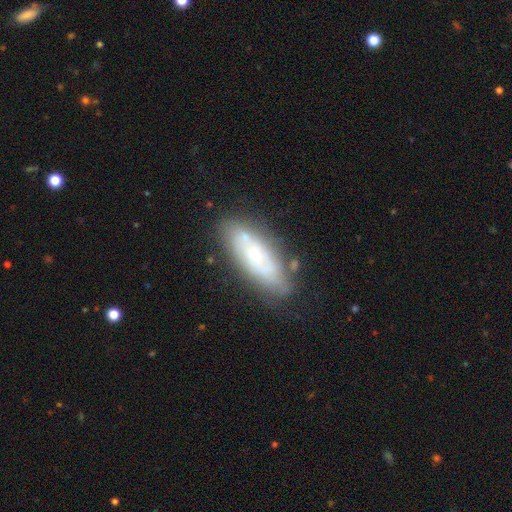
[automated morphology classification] Smooth or featured? featured or disk (51%)
Edge-on disk? no (77%)
Merging? none (70%)